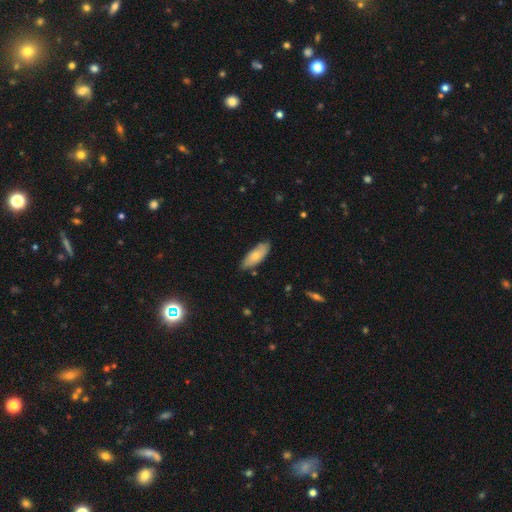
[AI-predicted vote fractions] Q: Smooth or featured?
A: smooth (72%); runner-up: featured or disk (23%)
Q: How rounded?
A: in between (75%); runner-up: cigar-shaped (23%)
Q: Merging?
A: none (78%); runner-up: minor disturbance (18%)